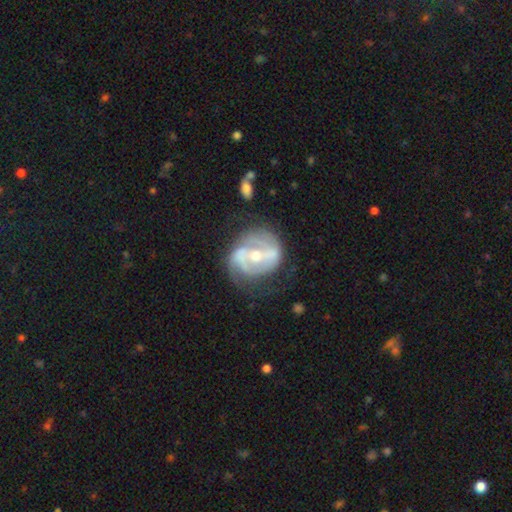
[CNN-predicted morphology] Q: Smooth or featured?
A: featured or disk (83%); runner-up: smooth (11%)
Q: Edge-on disk?
A: no (97%); runner-up: yes (3%)
Q: Bar?
A: strong (44%); runner-up: weak (34%)
Q: Spiral arms?
A: yes (82%); runner-up: no (18%)
Q: Spiral winding?
A: medium (41%); runner-up: tight (38%)
Q: Spiral arm count?
A: 2 (62%); runner-up: can't tell (19%)
Q: Bulge size?
A: moderate (56%); runner-up: small (41%)
Q: Merging?
A: none (60%); runner-up: minor disturbance (23%)